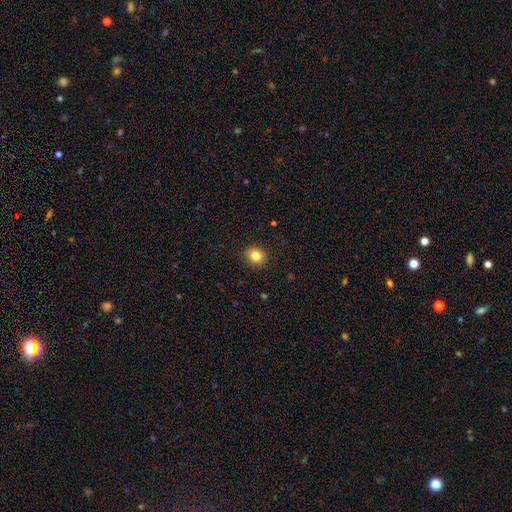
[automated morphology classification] smooth-or-featured: smooth: 83% | star or artifact: 11% | featured or disk: 6%
  how-rounded: round: 77% | in between: 22% | cigar-shaped: 1%
  merging: none: 89% | minor disturbance: 8% | major disturbance: 2% | merger: 1%